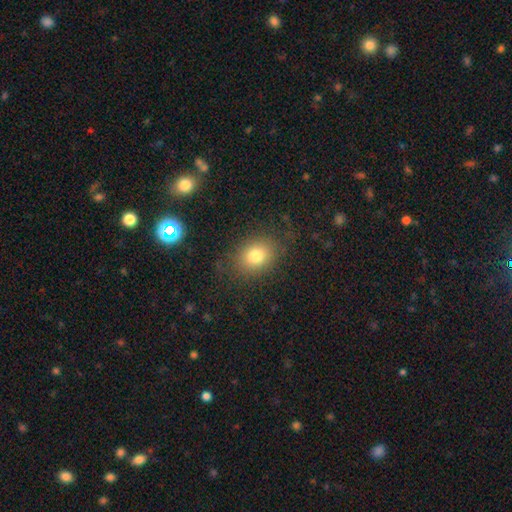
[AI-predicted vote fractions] Smooth or featured? Predicted: smooth (p=0.78). How rounded? Predicted: in between (p=0.55). Merging? Predicted: none (p=0.79).